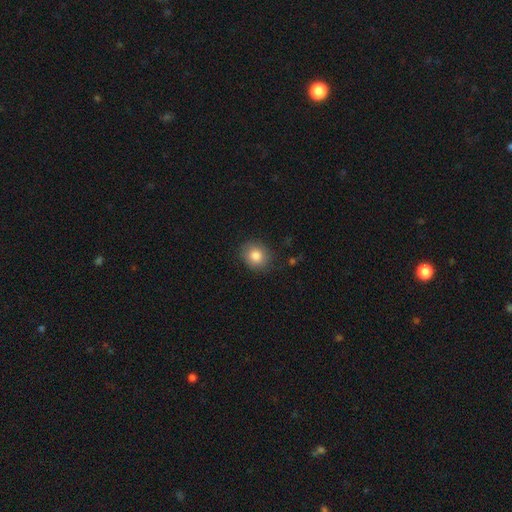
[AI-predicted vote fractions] smooth-or-featured: smooth: 84% | star or artifact: 9% | featured or disk: 7%
  how-rounded: round: 75% | in between: 24% | cigar-shaped: 1%
  merging: none: 81% | minor disturbance: 14% | major disturbance: 4% | merger: 1%